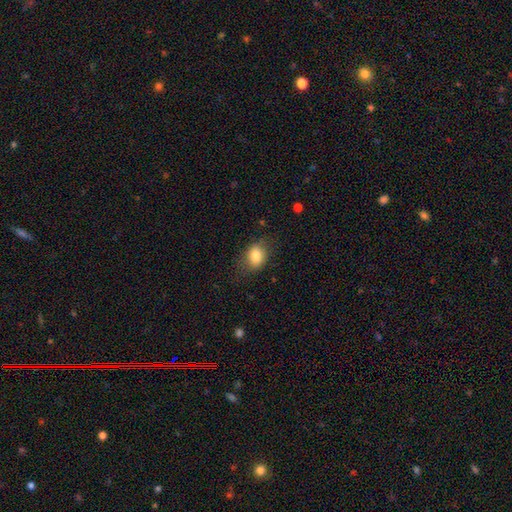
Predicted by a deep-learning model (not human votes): Morphology: type=smooth (81%); roundness=in between (62%); merging=none (71%).